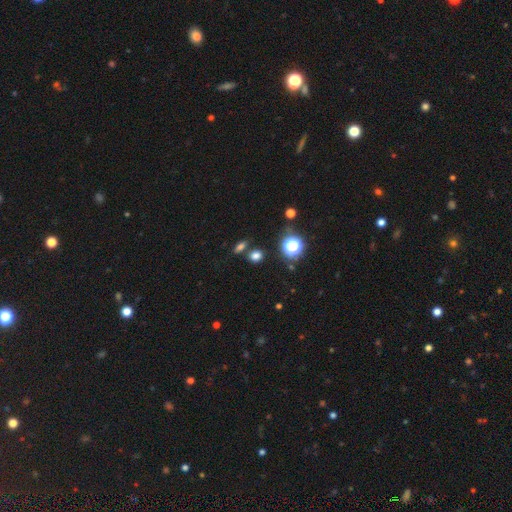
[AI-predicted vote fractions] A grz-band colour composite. It shows a smooth galaxy with no disk features (72%) that is round (50%). Merging: none (75%).